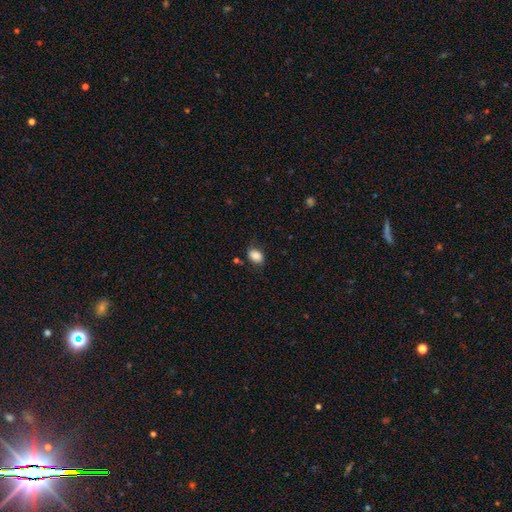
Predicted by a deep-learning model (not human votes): Q: Smooth or featured?
A: smooth (85%); runner-up: star or artifact (8%)
Q: How rounded?
A: in between (74%); runner-up: round (25%)
Q: Merging?
A: none (72%); runner-up: minor disturbance (20%)